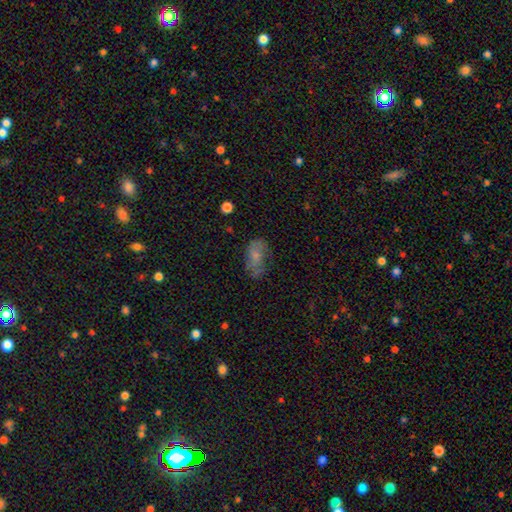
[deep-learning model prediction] Smooth or featured: smooth — 62% (featured or disk — 28%)
How rounded: in between — 89% (round — 8%)
Merging: none — 53% (minor disturbance — 28%)